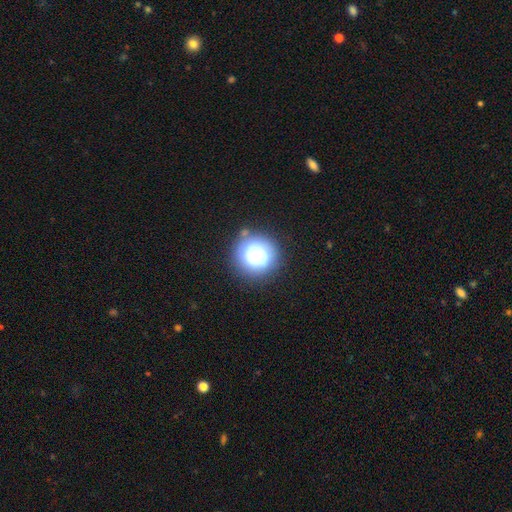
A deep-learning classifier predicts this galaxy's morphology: Smooth or featured?
  - smooth: 68% *
  - featured or disk: 22%
  - star or artifact: 10%
How rounded?
  - round: 93% *
  - in between: 6%
  - cigar-shaped: 1%
Merging?
  - none: 71% *
  - minor disturbance: 16%
  - major disturbance: 7%
  - merger: 6%